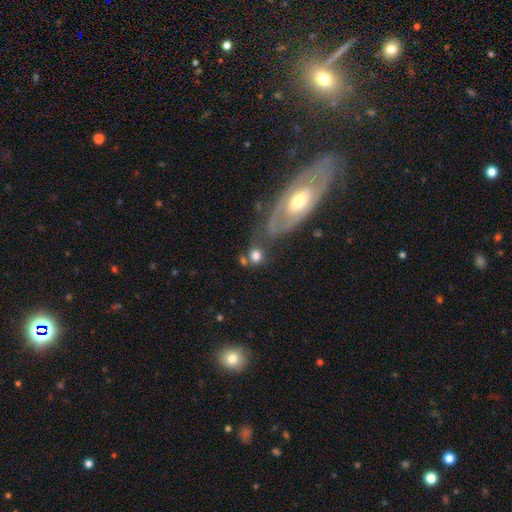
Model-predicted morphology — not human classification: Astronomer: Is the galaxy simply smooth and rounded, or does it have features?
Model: smooth — 74%.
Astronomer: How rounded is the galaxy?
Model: round — 77%.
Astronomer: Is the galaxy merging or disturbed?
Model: none — 53%.